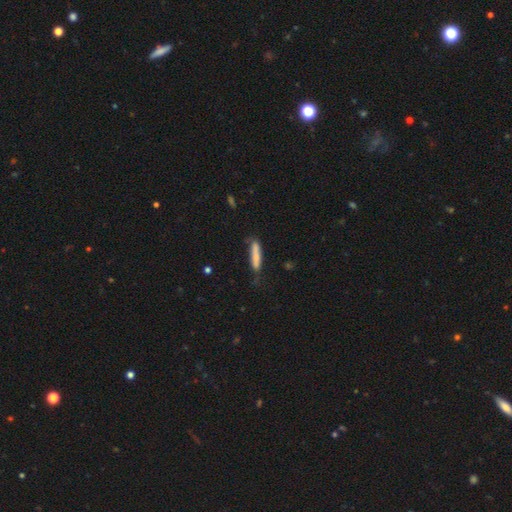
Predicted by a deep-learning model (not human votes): Smooth or featured: smooth — 79% (featured or disk — 15%)
How rounded: cigar-shaped — 89% (in between — 10%)
Merging: none — 67% (minor disturbance — 25%)